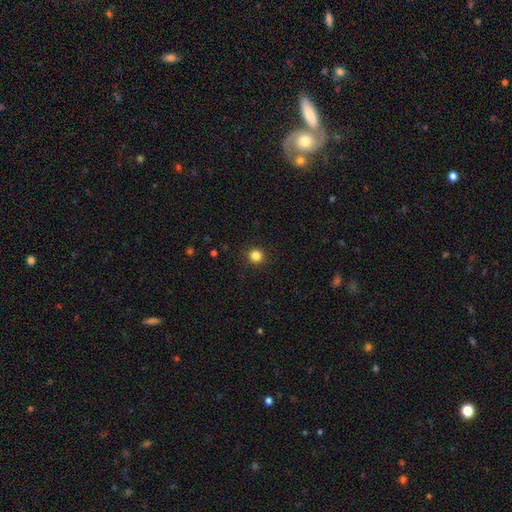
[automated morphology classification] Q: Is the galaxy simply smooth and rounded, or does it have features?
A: smooth — 84%.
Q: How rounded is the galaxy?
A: round — 95%.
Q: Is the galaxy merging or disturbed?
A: none — 92%.